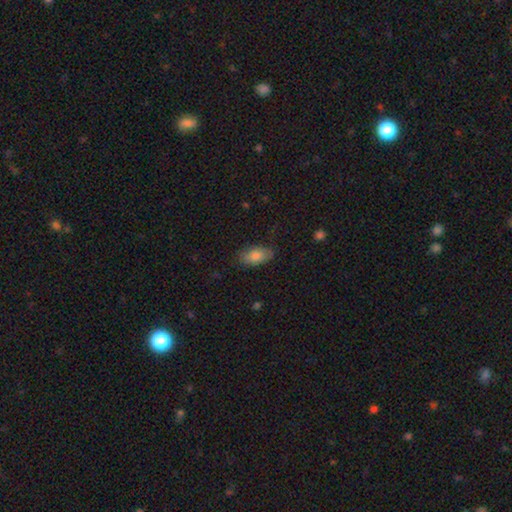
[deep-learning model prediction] Smooth or featured: smooth — 80% (featured or disk — 13%)
How rounded: in between — 91% (round — 5%)
Merging: none — 77% (minor disturbance — 18%)